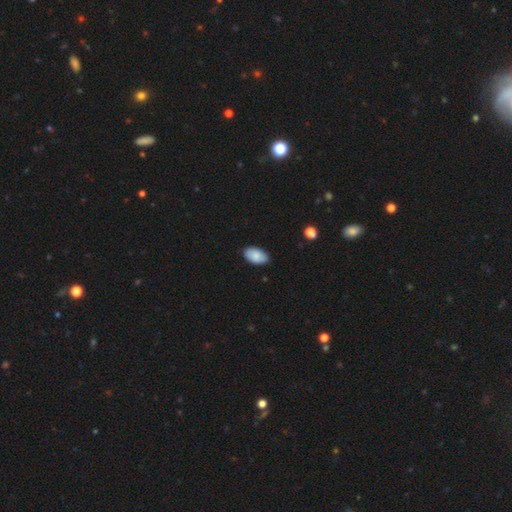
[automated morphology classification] smooth-or-featured: smooth: 86% | featured or disk: 7% | star or artifact: 6%
  how-rounded: in between: 94% | round: 4% | cigar-shaped: 1%
  merging: none: 85% | minor disturbance: 11% | major disturbance: 2% | merger: 1%